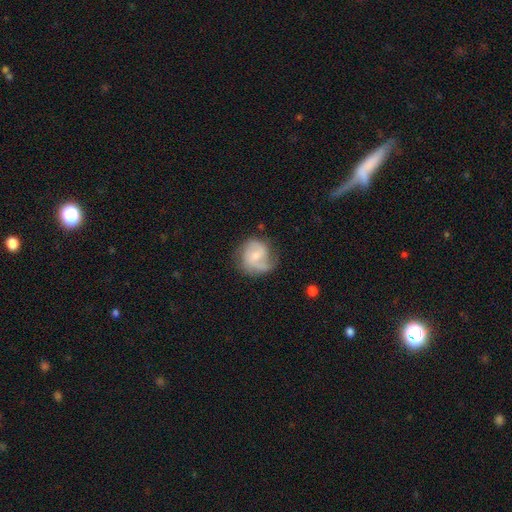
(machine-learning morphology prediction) featured or disk 65%, smooth 29%, star or artifact 7%. Down the decision tree: edge-on disk — no (98%); bar — no (54%); spiral arms — yes (89%); spiral arm count — 2 (58%); spiral winding — medium (44%); bulge size — small (54%); merging — none (57%).